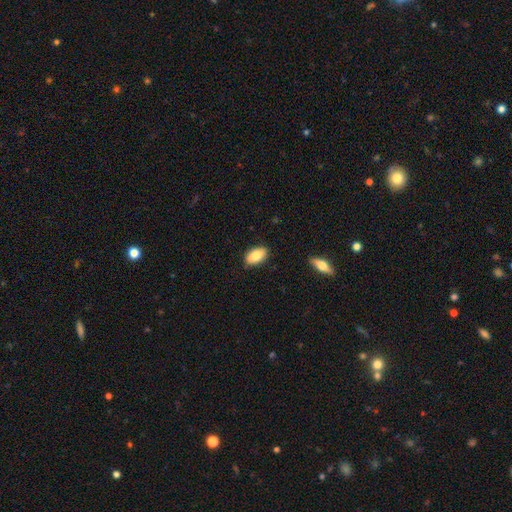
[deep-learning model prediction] Morphology: type=smooth (80%); roundness=in between (93%); merging=none (86%).